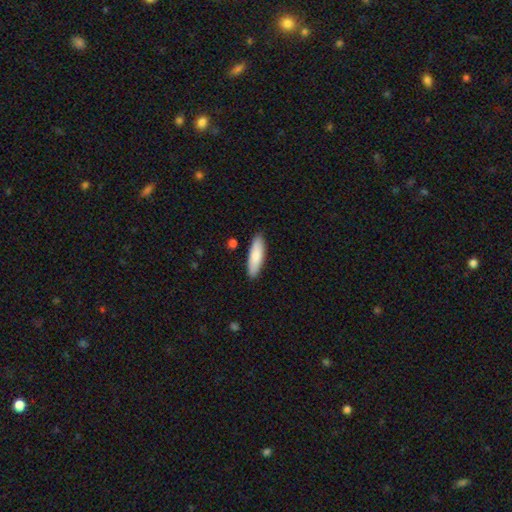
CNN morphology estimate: smooth 83%, featured or disk 11%, star or artifact 5%. Down the decision tree: how rounded — cigar-shaped (56%); merging — none (88%).